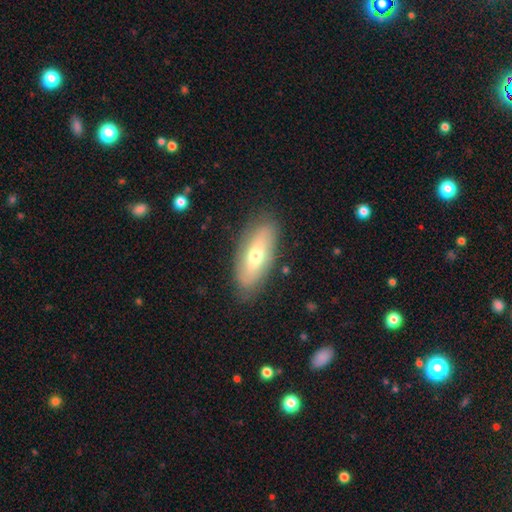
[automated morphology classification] Smooth or featured? smooth (58%)
How rounded? in between (77%)
Merging? none (83%)